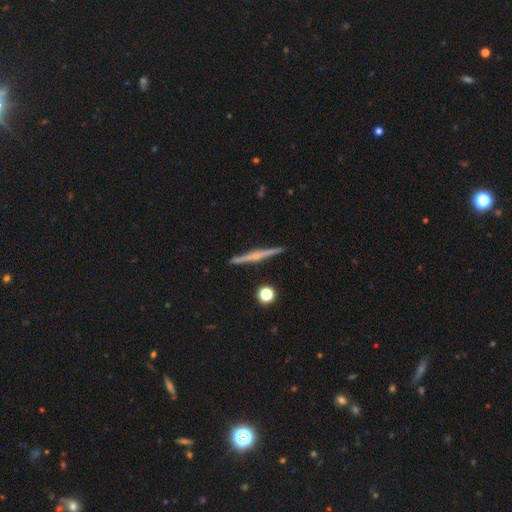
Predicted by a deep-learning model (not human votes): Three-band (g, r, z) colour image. It shows a featured or disk galaxy (68%) viewed edge-on (98%) with a rounded central bulge (54%). Merging: none (91%).